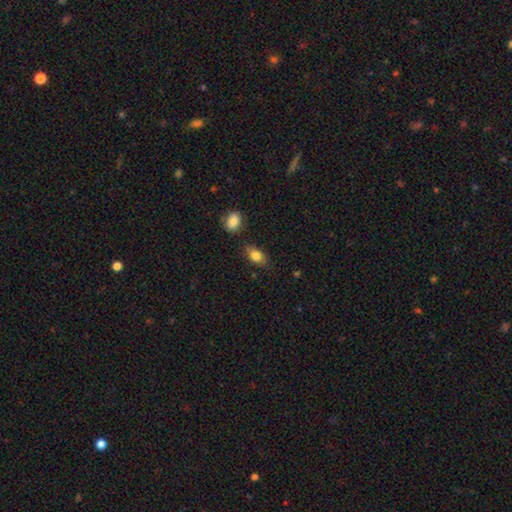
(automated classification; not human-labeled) A smooth galaxy with no disk features (82%) that is in between round and cigar-shaped (84%).

Vote fractions:
- Smooth or featured? smooth: 82% / featured or disk: 10% / star or artifact: 8%
- How rounded? in between: 84% / round: 11% / cigar-shaped: 4%
- Merging? none: 76% / minor disturbance: 17% / merger: 4% / major disturbance: 4%